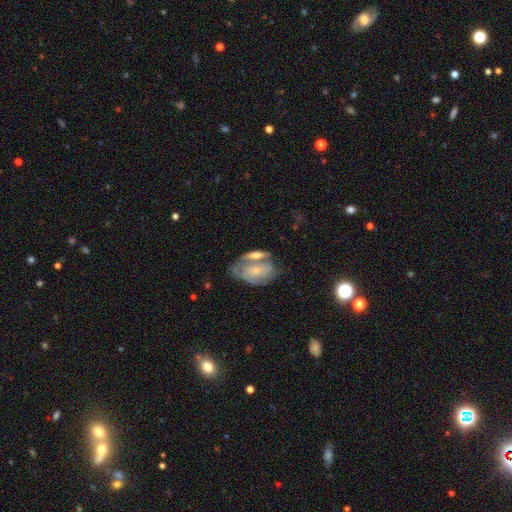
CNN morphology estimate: Smooth or featured? Predicted: featured or disk (p=0.56). Edge-on disk? Predicted: no (p=0.89). Merging? Predicted: merger (p=0.44).